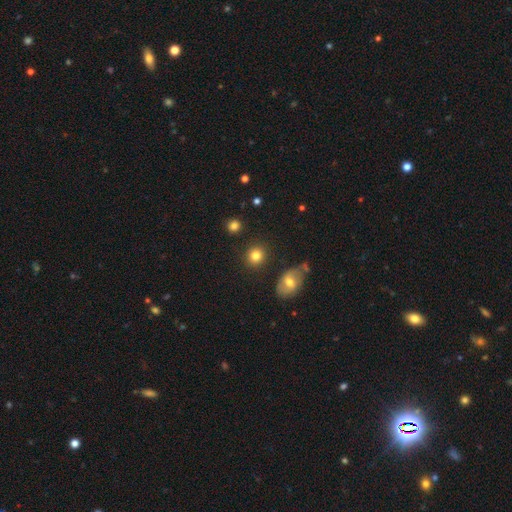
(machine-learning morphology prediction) Smooth or featured? smooth (83%)
How rounded? round (85%)
Merging? none (87%)